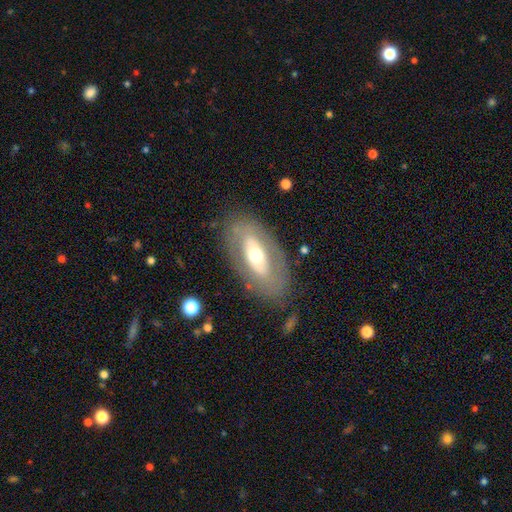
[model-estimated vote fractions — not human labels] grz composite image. It shows a featured or disk galaxy (57%). Merging: none (78%).